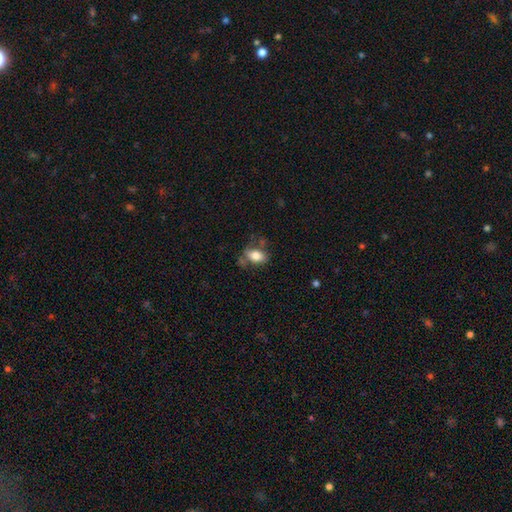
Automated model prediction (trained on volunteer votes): A smooth galaxy with no disk features (76%) that is in between round and cigar-shaped (85%). Merging: none (52%).